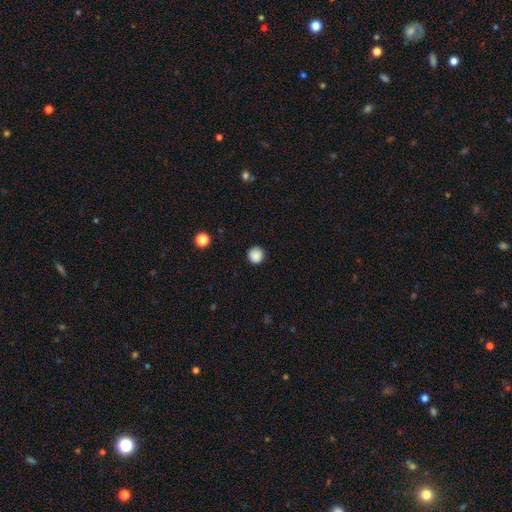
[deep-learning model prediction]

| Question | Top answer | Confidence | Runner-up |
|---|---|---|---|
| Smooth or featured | smooth | 87% | star or artifact (10%) |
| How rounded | round | 94% | in between (5%) |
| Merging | none | 91% | minor disturbance (6%) |